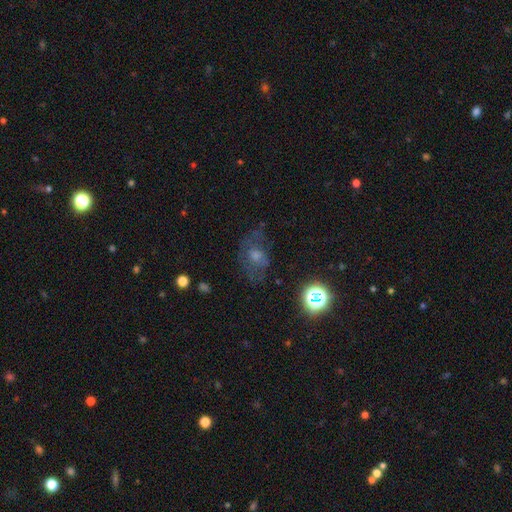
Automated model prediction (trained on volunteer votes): Smooth or featured? Predicted: featured or disk (p=0.41). Merging? Predicted: none (p=0.56).